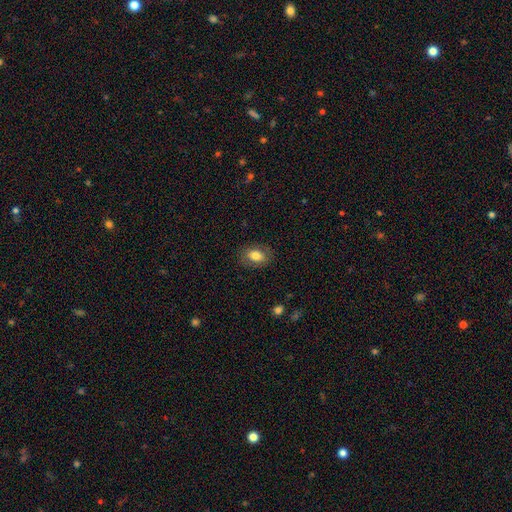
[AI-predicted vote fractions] smooth_or_featured: smooth (p=0.79) [alt: featured or disk p=0.13]
how_rounded: in between (p=0.82) [alt: round p=0.17]
merging: none (p=0.84) [alt: minor disturbance p=0.11]